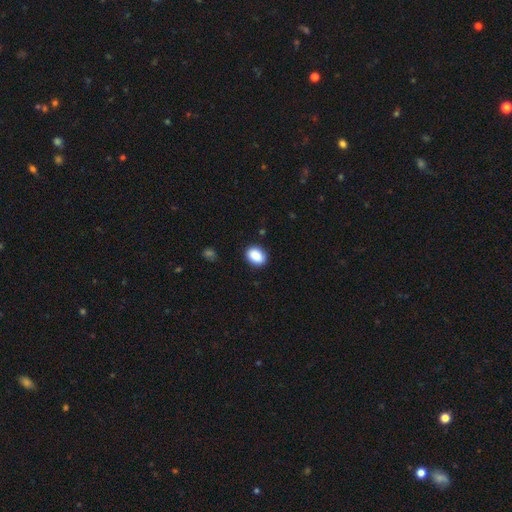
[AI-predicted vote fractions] Smooth or featured? smooth (88%)
How rounded? in between (69%)
Merging? none (87%)